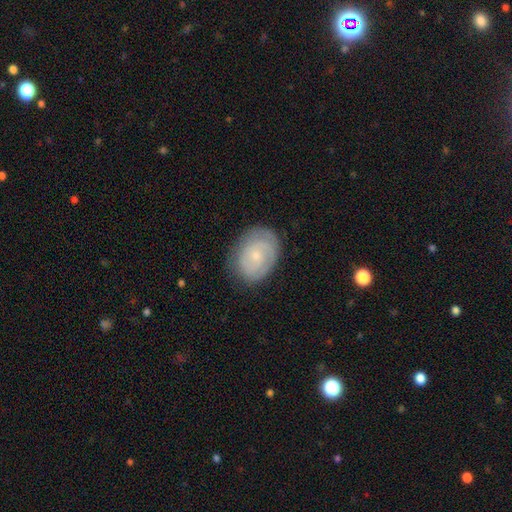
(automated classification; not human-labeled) A featured or disk galaxy (52%) with no bar (77%), spiral arms (72%) and a small central bulge (72%). Merging: none (77%).